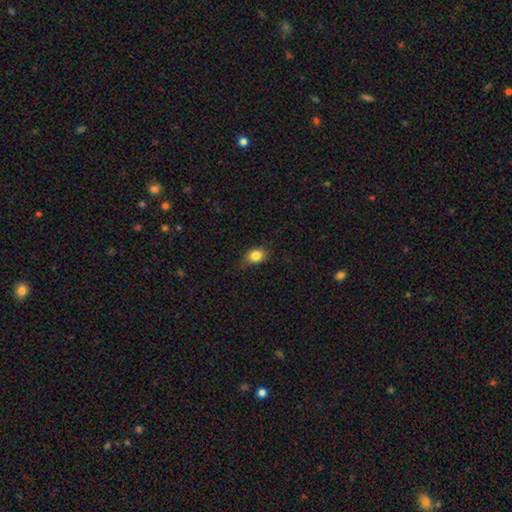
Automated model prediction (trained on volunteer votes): Morphology: type=smooth (83%); roundness=in between (56%); merging=none (72%).